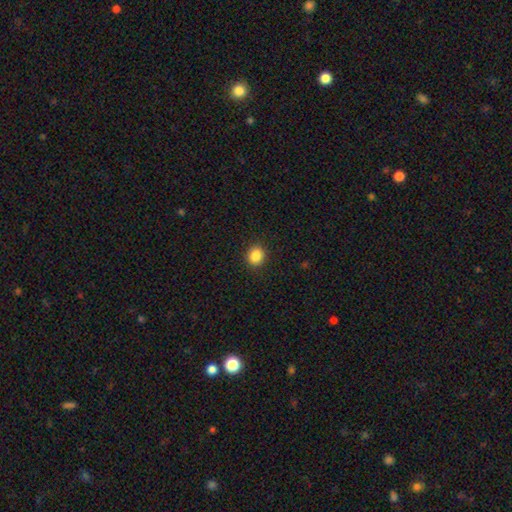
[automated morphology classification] A smooth galaxy with no disk features (86%) that is round (77%).

Vote fractions:
- Smooth or featured? smooth: 86% / star or artifact: 10% / featured or disk: 3%
- How rounded? round: 77% / in between: 22% / cigar-shaped: 1%
- Merging? none: 91% / minor disturbance: 6% / major disturbance: 2% / merger: 1%